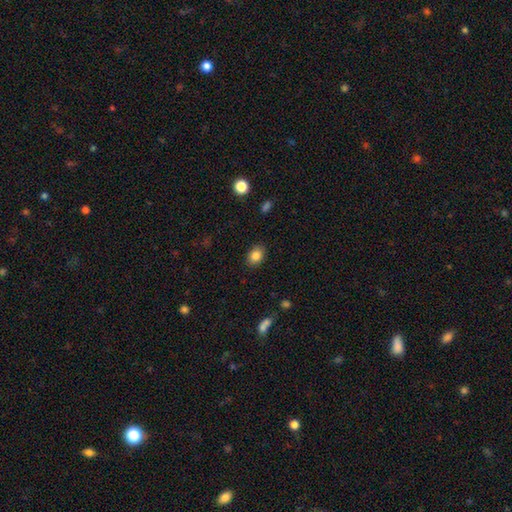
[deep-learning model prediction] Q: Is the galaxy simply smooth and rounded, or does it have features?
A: smooth — 84%.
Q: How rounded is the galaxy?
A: in between — 66%.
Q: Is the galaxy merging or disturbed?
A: none — 86%.